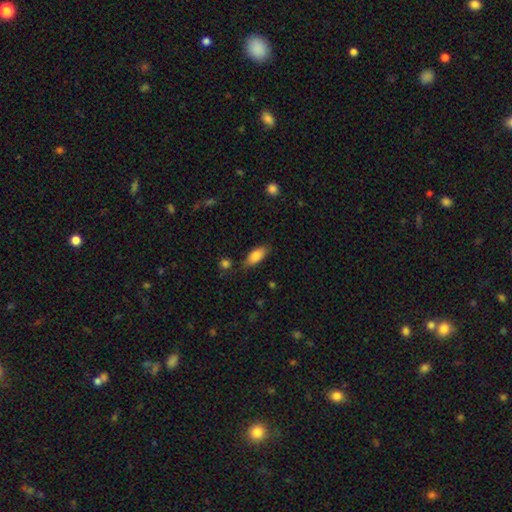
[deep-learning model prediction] smooth_or_featured: smooth (p=0.82) [alt: featured or disk p=0.11]
how_rounded: in between (p=0.82) [alt: cigar-shaped p=0.15]
merging: none (p=0.76) [alt: minor disturbance p=0.17]